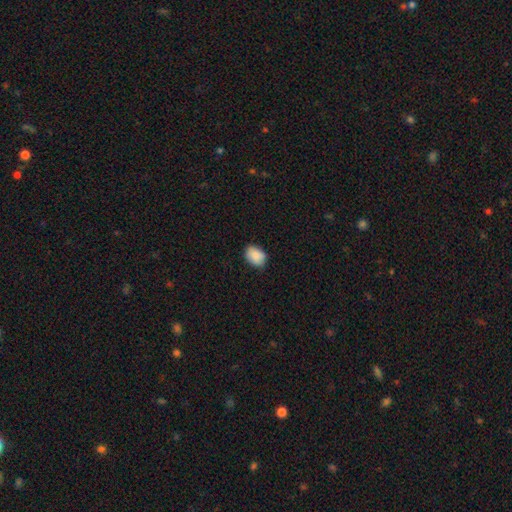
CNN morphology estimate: This appears to be a smooth galaxy with no disk features (89%) that is in between round and cigar-shaped (70%). Merging: none (78%).